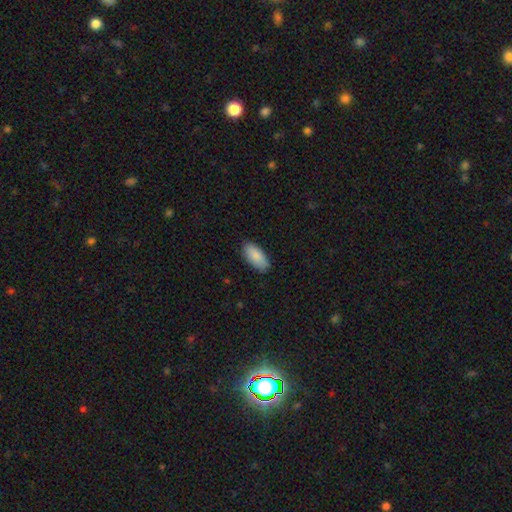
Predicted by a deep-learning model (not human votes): This appears to be a smooth galaxy with no disk features (88%) that is in between round and cigar-shaped (90%). Merging: none (87%).